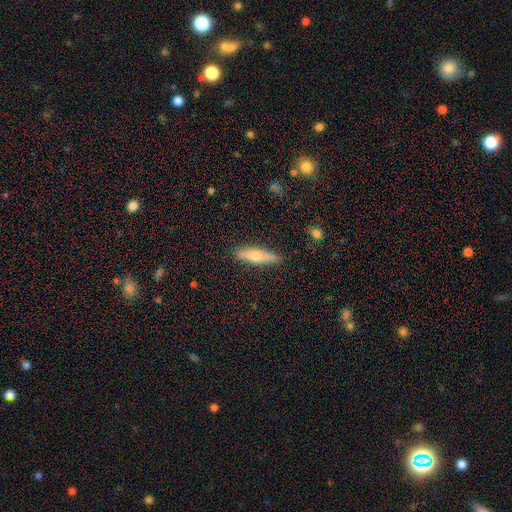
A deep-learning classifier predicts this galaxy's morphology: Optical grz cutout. It shows a smooth galaxy with no disk features (56%) that is cigar-shaped (74%). Merging: none (88%).